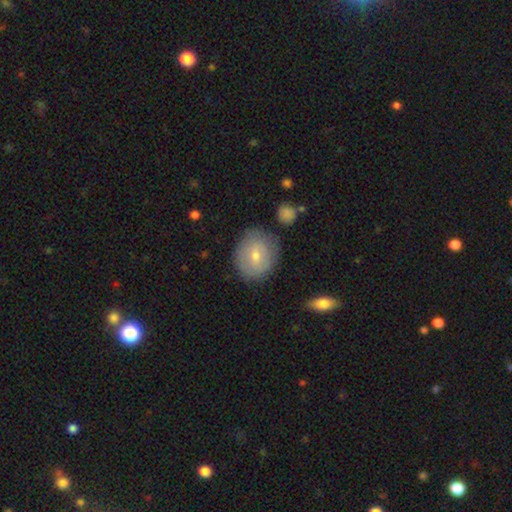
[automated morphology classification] smooth_or_featured: smooth (p=0.59) [alt: featured or disk p=0.34]
how_rounded: round (p=0.58) [alt: in between p=0.41]
merging: none (p=0.77) [alt: minor disturbance p=0.16]